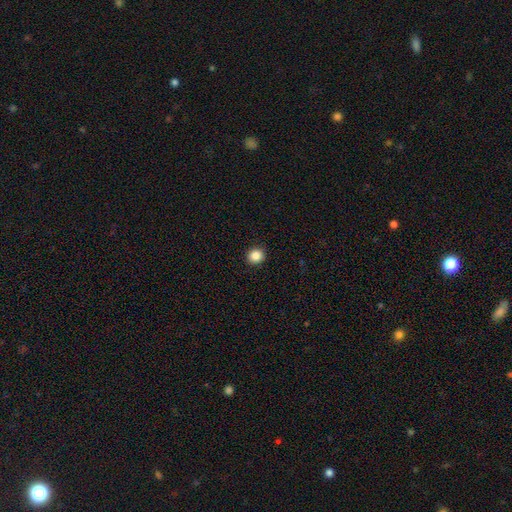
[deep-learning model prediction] Smooth or featured? smooth (86%)
How rounded? round (90%)
Merging? none (93%)